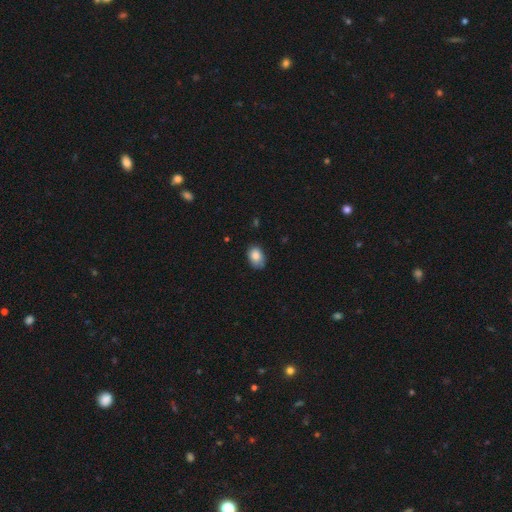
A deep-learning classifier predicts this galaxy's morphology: smooth-or-featured: smooth: 85% | star or artifact: 8% | featured or disk: 8%
  how-rounded: in between: 81% | round: 18% | cigar-shaped: 1%
  merging: none: 73% | minor disturbance: 22% | major disturbance: 3% | merger: 1%